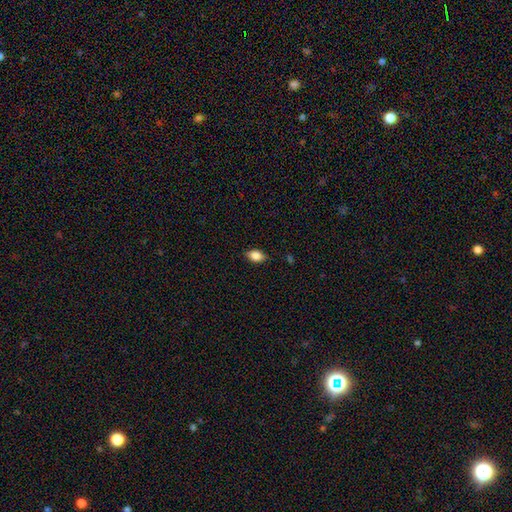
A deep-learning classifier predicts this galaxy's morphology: Smooth or featured? smooth (84%)
How rounded? in between (85%)
Merging? none (84%)